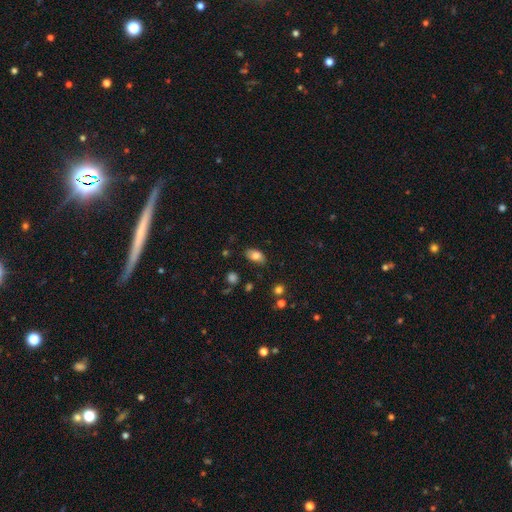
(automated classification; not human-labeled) This appears to be a smooth galaxy with no disk features (80%) that is in between round and cigar-shaped (90%). Merging: none (77%).